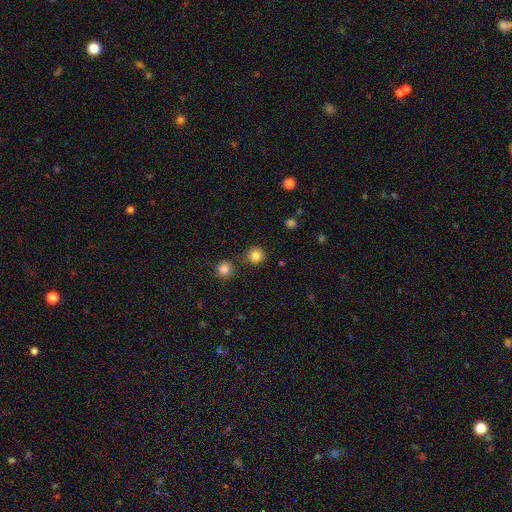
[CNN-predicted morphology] The model was most divided on "smooth or featured": smooth: 84%, star or artifact: 12%, featured or disk: 4%. More confident: how rounded — round (94%); merging — none (83%).